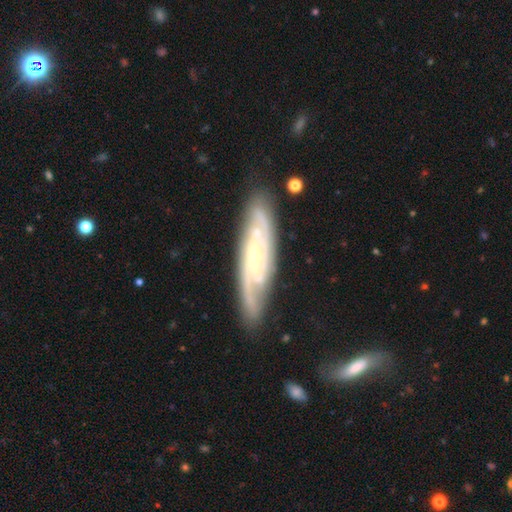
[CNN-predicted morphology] Smooth or featured?
  - featured or disk: 84% *
  - smooth: 11%
  - star or artifact: 5%
Edge-on disk?
  - no: 81% *
  - yes: 19%
Bar?
  - no: 62% *
  - weak: 29%
  - strong: 9%
Spiral arms?
  - yes: 96% *
  - no: 4%
Spiral winding?
  - tight: 59% *
  - medium: 34%
  - loose: 7%
Spiral arm count?
  - 2: 33% *
  - can't tell: 29%
  - 3: 22%
  - 4: 9%
  - more than 4: 4%
  - 1: 4%
Bulge size?
  - small: 74% *
  - moderate: 22%
  - none: 2%
  - large: 1%
  - dominant: 1%
Merging?
  - none: 79% *
  - minor disturbance: 15%
  - major disturbance: 4%
  - merger: 2%